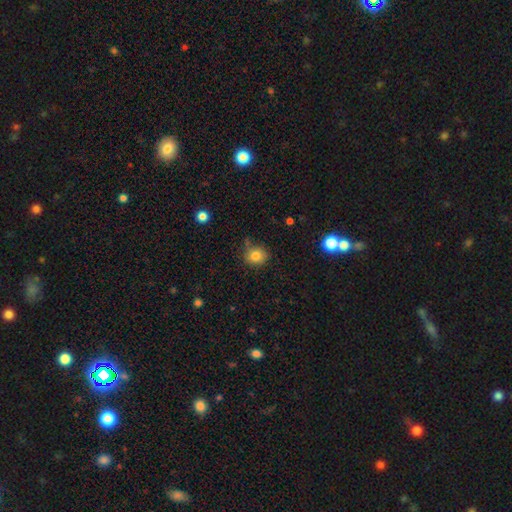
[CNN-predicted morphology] Q: Smooth or featured?
A: smooth (80%); runner-up: star or artifact (12%)
Q: How rounded?
A: round (80%); runner-up: in between (19%)
Q: Merging?
A: none (75%); runner-up: minor disturbance (15%)